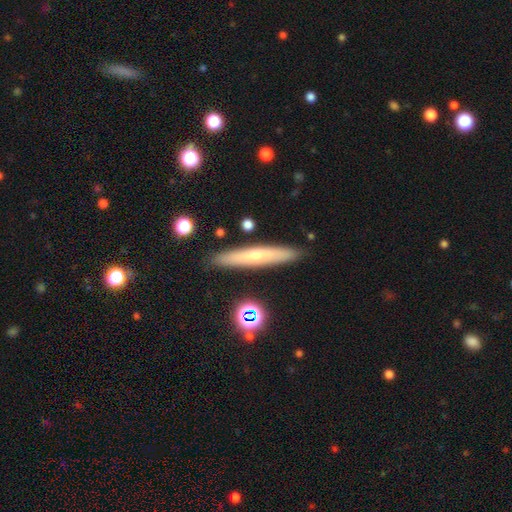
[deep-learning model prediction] smooth-or-featured: smooth: 47% | featured or disk: 45% | star or artifact: 8%
  merging: none: 88% | minor disturbance: 8% | merger: 2% | major disturbance: 2%